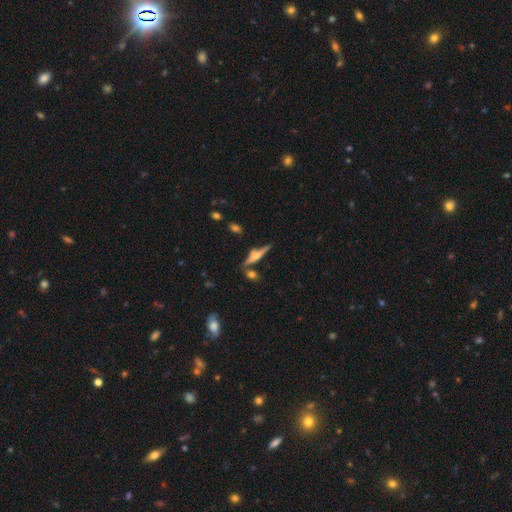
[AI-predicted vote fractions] A featured or disk galaxy (64%) viewed edge-on (95%) with a rounded central bulge (78%).

Vote fractions:
- Smooth or featured? featured or disk: 64% / smooth: 26% / star or artifact: 9%
- Edge-on disk? yes: 95% / no: 5%
- Edge-on bulge? rounded: 78% / boxy: 14% / none: 8%
- Merging? none: 69% / minor disturbance: 14% / merger: 12% / major disturbance: 5%